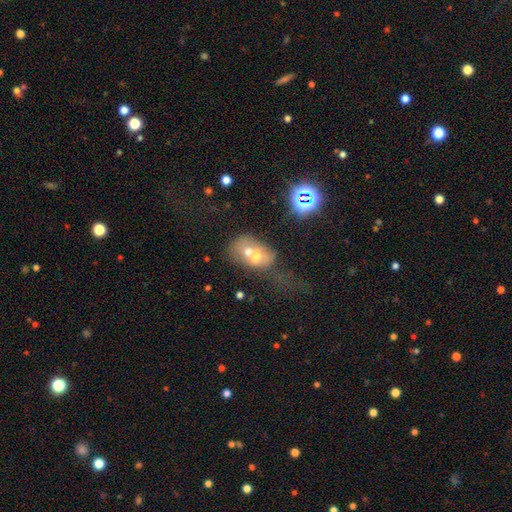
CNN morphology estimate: type=smooth (52%); roundness=in between (63%); merging=merger (67%).